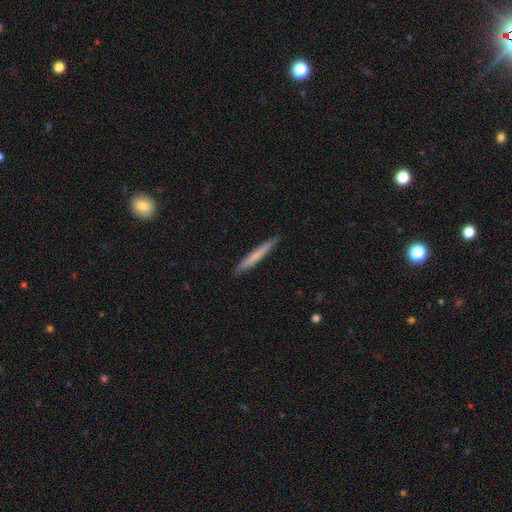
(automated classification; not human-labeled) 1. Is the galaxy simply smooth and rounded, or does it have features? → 66% smooth, 29% featured or disk, 5% star or artifact.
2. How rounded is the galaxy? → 97% cigar-shaped, 2% in between, 1% round.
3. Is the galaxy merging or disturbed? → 91% none, 6% minor disturbance, 1% major disturbance, 1% merger.